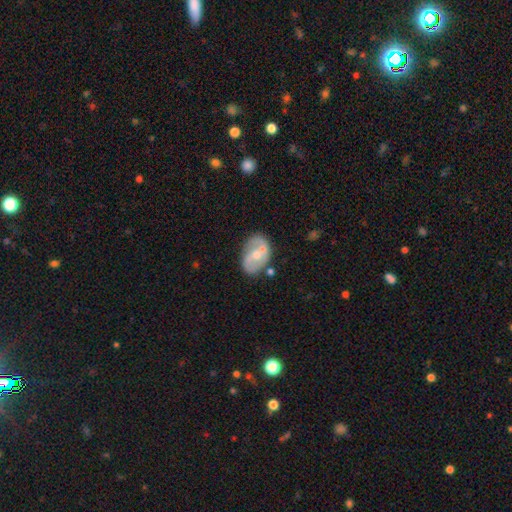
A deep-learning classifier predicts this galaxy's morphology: smooth-or-featured: featured or disk: 58% | smooth: 35% | star or artifact: 6%
  disk-edge-on: no: 96% | yes: 4%
    bar: no: 62% | weak: 31% | strong: 7%
    has-spiral-arms: yes: 60% | no: 40%
    bulge-size: moderate: 56% | small: 34% | none: 5% | large: 4% | dominant: 1%
  merging: none: 53% | minor disturbance: 24% | merger: 14% | major disturbance: 9%